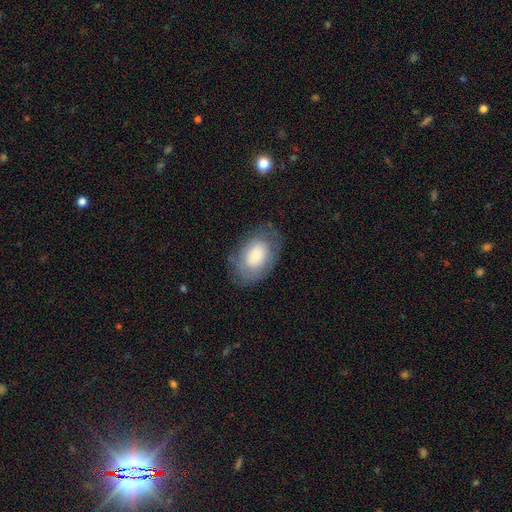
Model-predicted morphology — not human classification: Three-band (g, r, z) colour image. It shows a smooth galaxy with no disk features (66%) that is in between round and cigar-shaped (87%). Merging: none (72%).